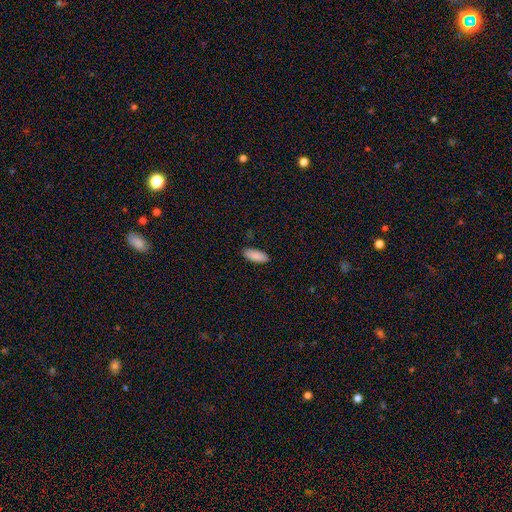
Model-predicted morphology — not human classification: Overall: smooth (89%). How rounded: in between (79%). Merging: none (87%).